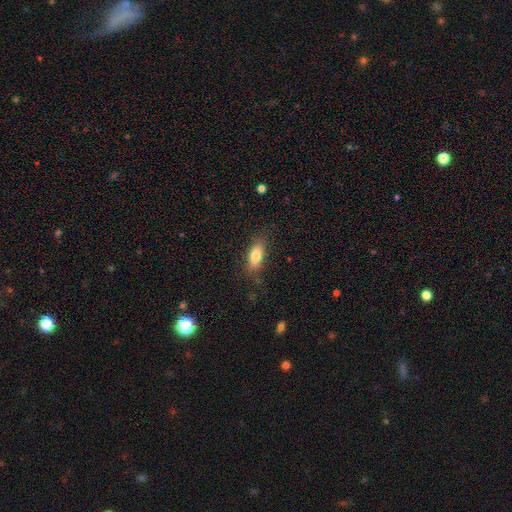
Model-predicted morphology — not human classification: Smooth or featured? smooth (81%)
How rounded? in between (79%)
Merging? none (80%)